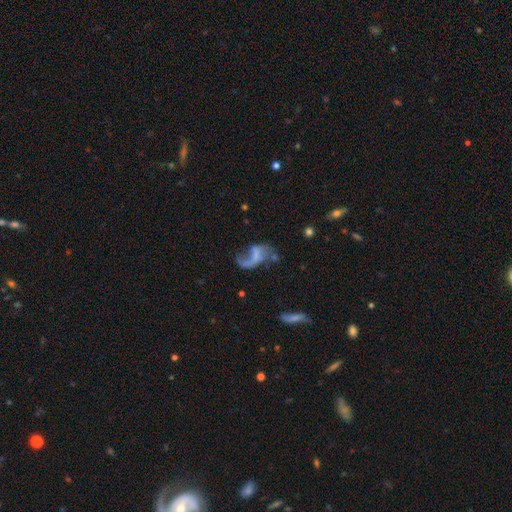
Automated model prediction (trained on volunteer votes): A featured or disk galaxy (69%) with no bar (46%), 2 (55%) loose (81%) spiral arms (76%) and no central bulge (52%).

Vote fractions:
- Smooth or featured? featured or disk: 69% / smooth: 21% / star or artifact: 10%
- Edge-on disk? no: 97% / yes: 3%
- Bar? no: 46% / weak: 39% / strong: 15%
- Spiral arms? yes: 76% / no: 24%
- Spiral winding? loose: 81% / medium: 15% / tight: 4%
- Spiral arm count? 2: 55% / 1: 37% / can't tell: 5% / 3: 1% / 4: 1% / more than 4: 1%
- Bulge size? none: 52% / small: 32% / moderate: 12% / large: 2% / dominant: 1%
- Merging? major disturbance: 39% / none: 33% / minor disturbance: 19% / merger: 9%